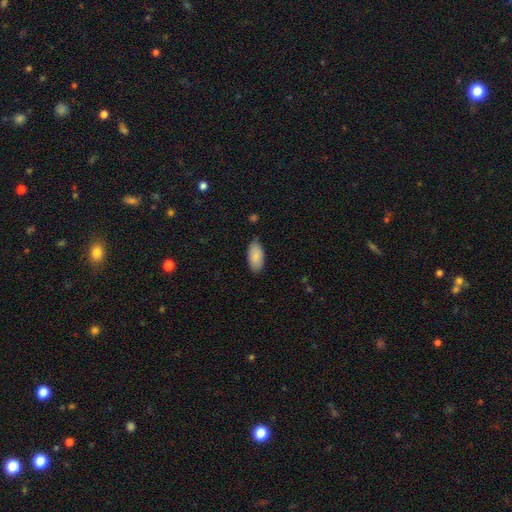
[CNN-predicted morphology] smooth-or-featured: smooth: 88% | featured or disk: 6% | star or artifact: 6%
  how-rounded: in between: 93% | cigar-shaped: 5% | round: 2%
  merging: none: 79% | minor disturbance: 17% | major disturbance: 3% | merger: 1%